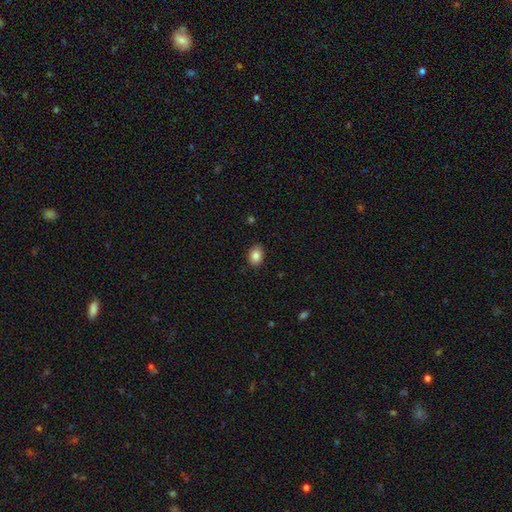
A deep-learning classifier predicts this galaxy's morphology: smooth 86%, star or artifact 9%, featured or disk 6%. Down the decision tree: how rounded — in between (69%); merging — none (86%).